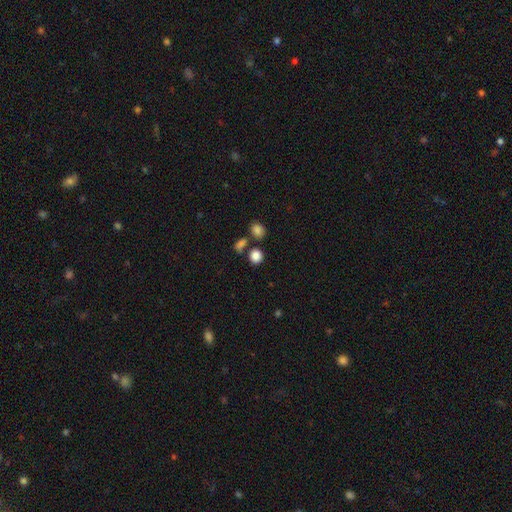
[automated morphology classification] Q: Smooth or featured?
A: smooth (85%); runner-up: star or artifact (11%)
Q: How rounded?
A: round (77%); runner-up: in between (22%)
Q: Merging?
A: none (66%); runner-up: merger (20%)